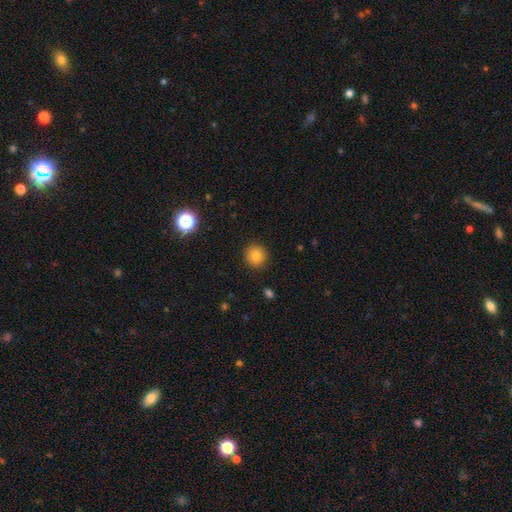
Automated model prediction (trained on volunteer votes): The model was most divided on "smooth or featured": smooth: 81%, star or artifact: 12%, featured or disk: 7%. More confident: how rounded — round (92%); merging — none (91%).